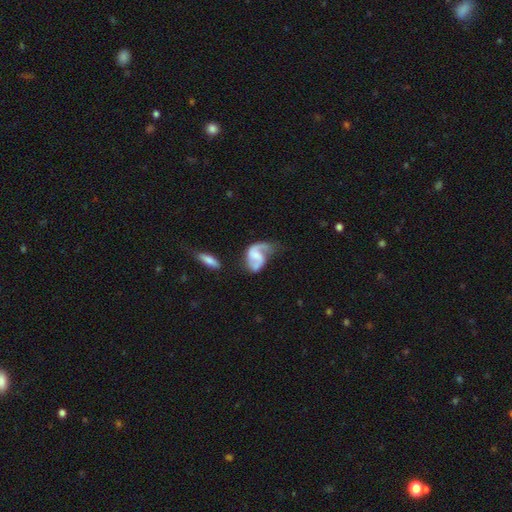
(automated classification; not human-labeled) Morphology: type=featured or disk (77%); edge-on=no (97%); bar=no (46%); spiral arms=yes (93%); winding=loose (51%); arm count=2 (73%); bulge=none (38%); merging=none (38%).